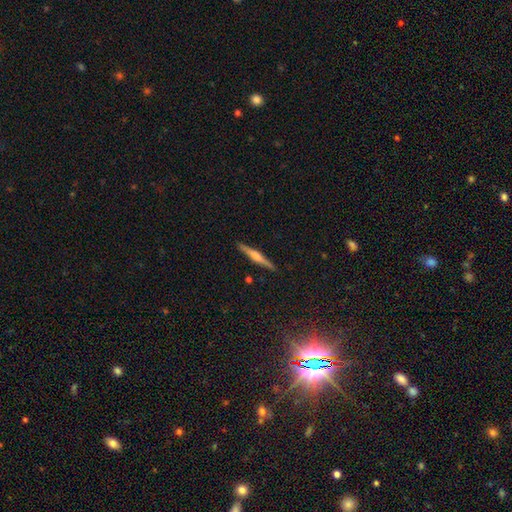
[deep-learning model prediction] A featured or disk galaxy (64%) viewed edge-on (98%) with a rounded central bulge (74%). Merging: none (91%).